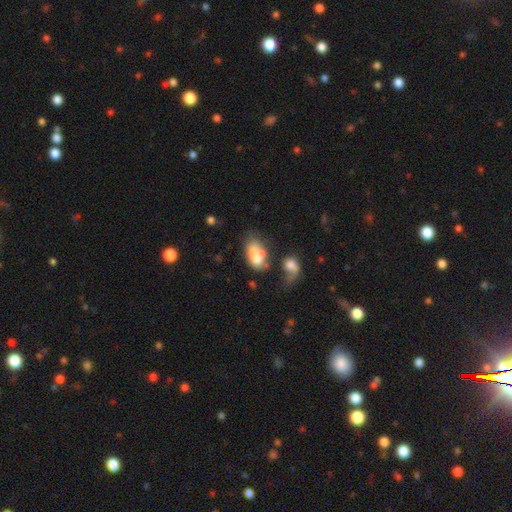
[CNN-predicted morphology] Smooth or featured? smooth (72%)
How rounded? in between (91%)
Merging? none (30%)